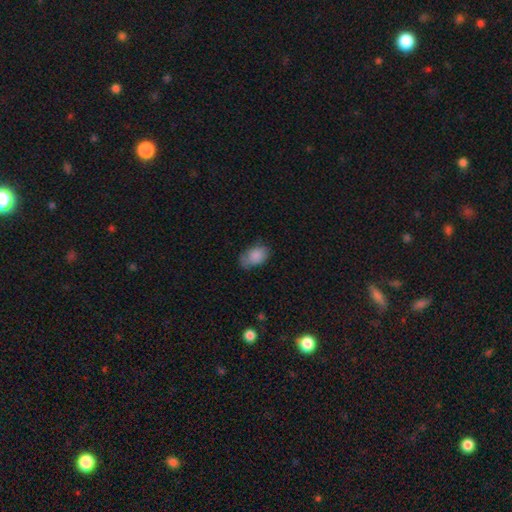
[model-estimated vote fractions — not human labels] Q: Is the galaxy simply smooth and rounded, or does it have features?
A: smooth — 84%.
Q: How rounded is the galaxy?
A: in between — 88%.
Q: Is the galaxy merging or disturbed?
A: none — 59%.